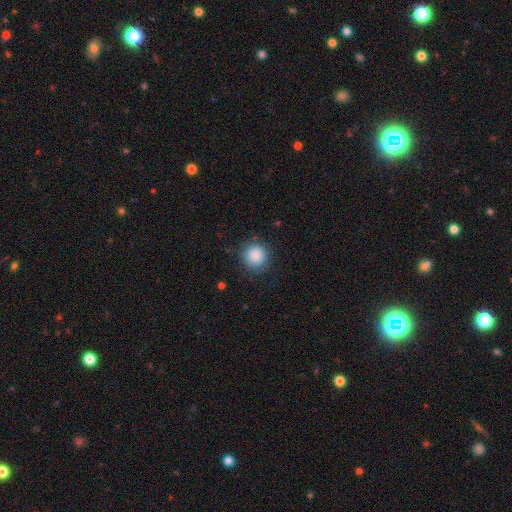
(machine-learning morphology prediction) smooth 87%, star or artifact 9%, featured or disk 4%. Down the decision tree: how rounded — round (93%); merging — none (86%).